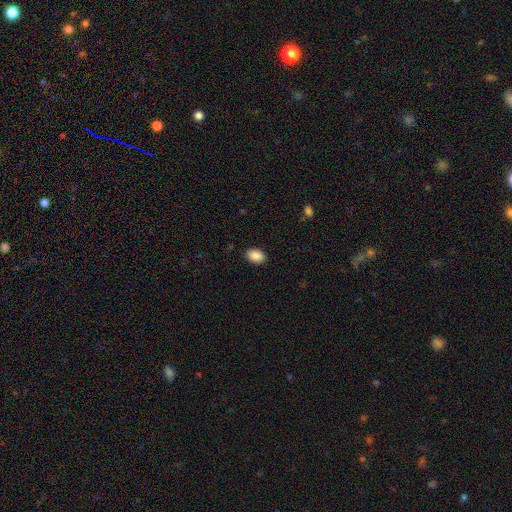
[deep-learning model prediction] Morphology: type=smooth (90%); roundness=in between (85%); merging=none (89%).